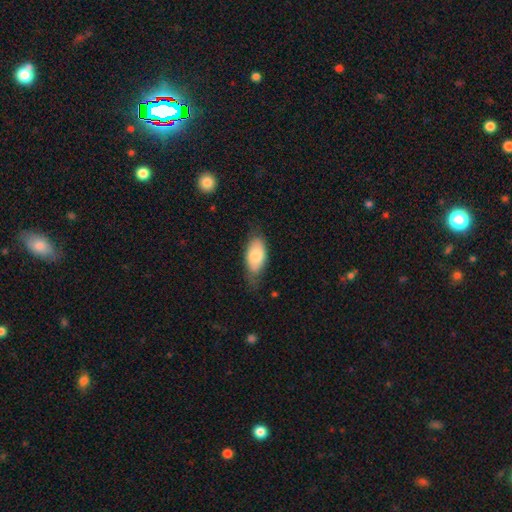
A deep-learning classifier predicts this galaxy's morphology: The model was most divided on "merging": none: 63%, minor disturbance: 28%, major disturbance: 8%, merger: 1%. More confident: how rounded — in between (91%); smooth or featured — smooth (78%).